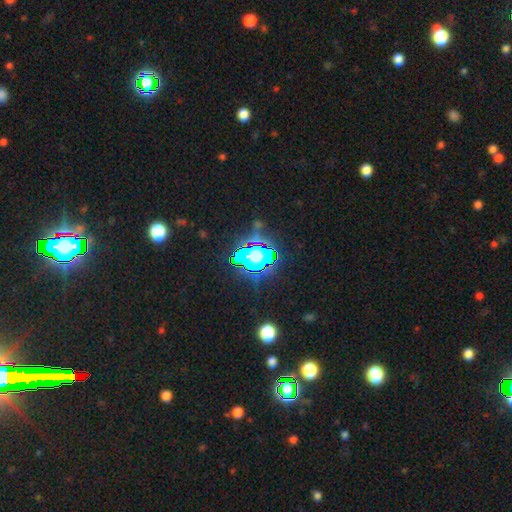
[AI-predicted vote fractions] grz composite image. It shows a star or artifact, not a galaxy (60%).